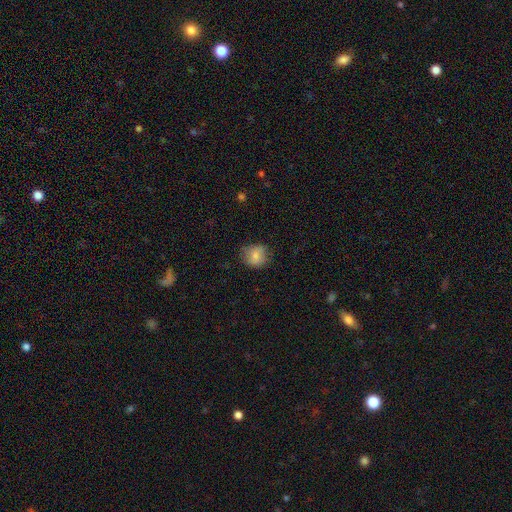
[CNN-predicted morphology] A smooth galaxy with no disk features (78%) that is round (77%). Merging: none (73%).